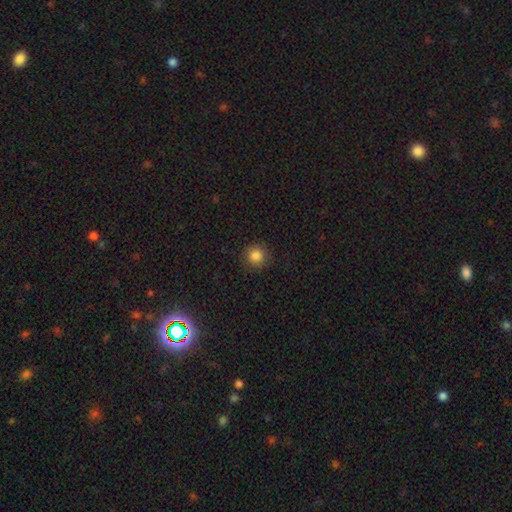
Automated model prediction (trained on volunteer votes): Smooth or featured: smooth — 84% (star or artifact — 11%)
How rounded: round — 94% (in between — 5%)
Merging: none — 90% (minor disturbance — 7%)